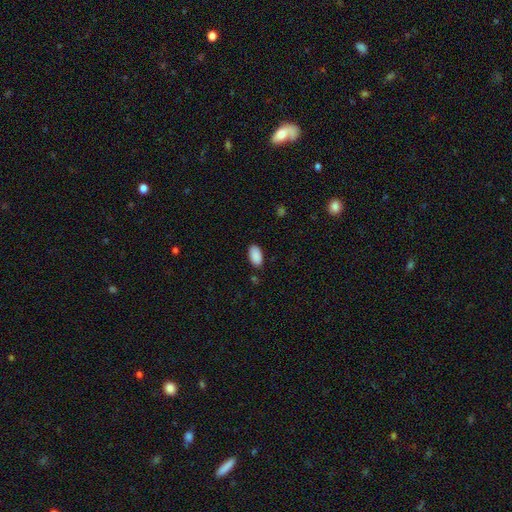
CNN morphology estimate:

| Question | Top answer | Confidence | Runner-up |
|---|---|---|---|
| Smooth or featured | smooth | 90% | star or artifact (7%) |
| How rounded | in between | 95% | round (3%) |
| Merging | none | 85% | minor disturbance (11%) |